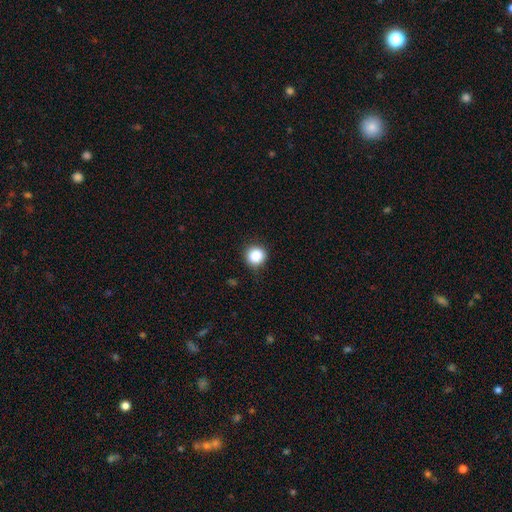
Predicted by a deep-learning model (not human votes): Smooth or featured?
  - smooth: 87% *
  - star or artifact: 10%
  - featured or disk: 3%
How rounded?
  - round: 92% *
  - in between: 7%
  - cigar-shaped: 1%
Merging?
  - none: 86% *
  - minor disturbance: 10%
  - major disturbance: 3%
  - merger: 1%